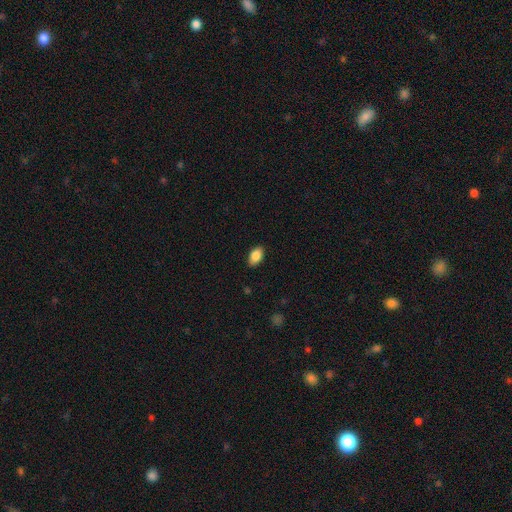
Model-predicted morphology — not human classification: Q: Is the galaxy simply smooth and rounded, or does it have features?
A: smooth — 86%.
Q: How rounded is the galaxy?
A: in between — 92%.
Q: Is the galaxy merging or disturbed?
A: none — 88%.